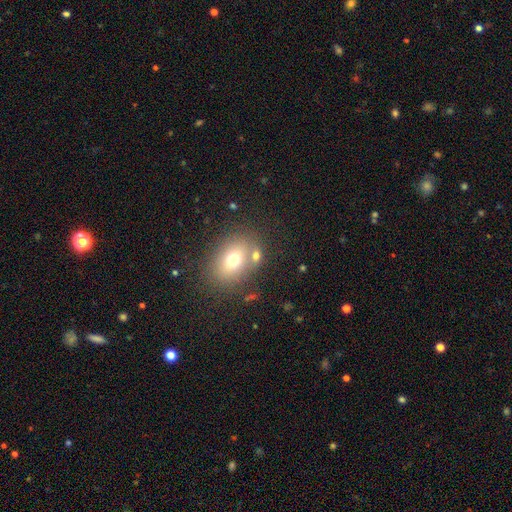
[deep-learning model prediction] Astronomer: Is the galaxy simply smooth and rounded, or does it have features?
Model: smooth — 69%.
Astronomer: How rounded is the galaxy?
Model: in between — 65%.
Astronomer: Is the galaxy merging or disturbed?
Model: none — 62%.